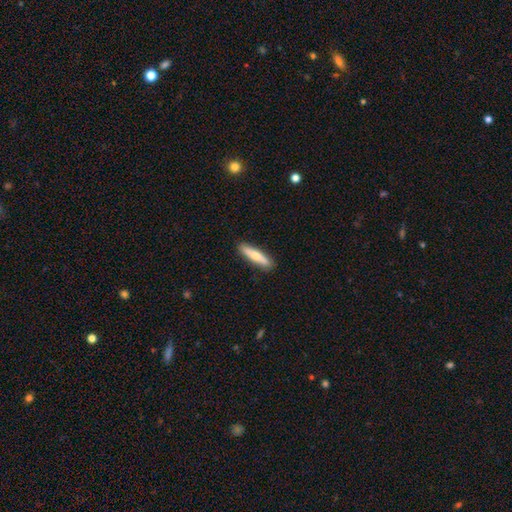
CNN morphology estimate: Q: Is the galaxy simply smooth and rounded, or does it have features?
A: smooth — 63%.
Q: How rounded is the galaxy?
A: cigar-shaped — 76%.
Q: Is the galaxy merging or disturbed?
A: none — 88%.